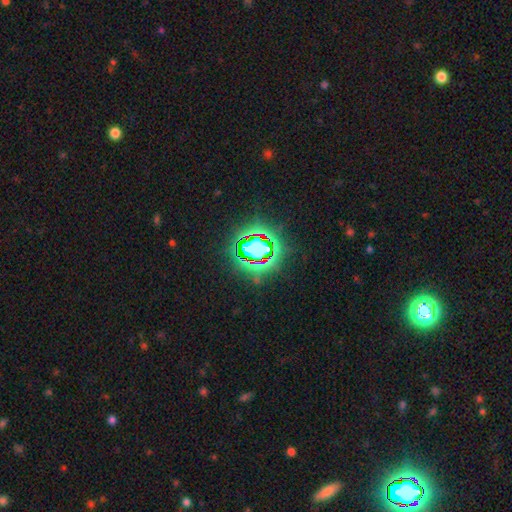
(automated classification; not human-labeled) A star or artifact, not a galaxy (81%).

Vote fractions:
- Smooth or featured? star or artifact: 81% / smooth: 12% / featured or disk: 7%